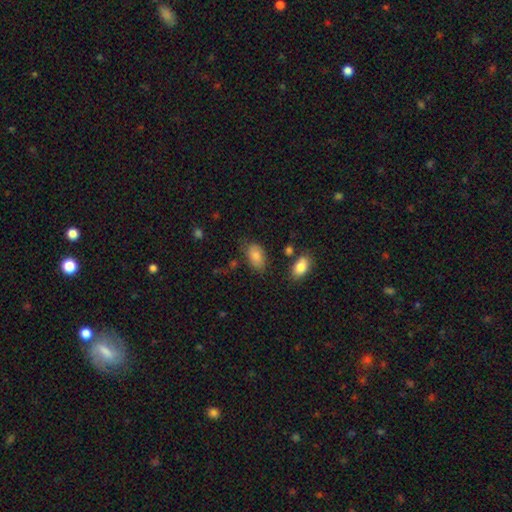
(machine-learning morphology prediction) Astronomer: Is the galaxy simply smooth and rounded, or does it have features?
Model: smooth — 81%.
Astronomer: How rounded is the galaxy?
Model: in between — 92%.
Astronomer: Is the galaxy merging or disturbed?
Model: none — 66%.